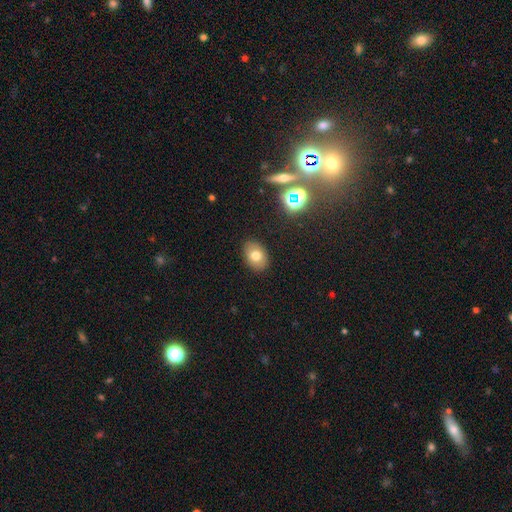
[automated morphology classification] Smooth or featured: smooth — 74% (featured or disk — 14%)
How rounded: in between — 77% (round — 22%)
Merging: none — 88% (minor disturbance — 8%)